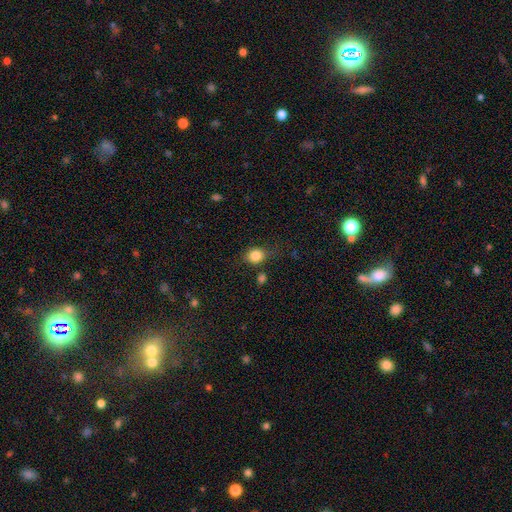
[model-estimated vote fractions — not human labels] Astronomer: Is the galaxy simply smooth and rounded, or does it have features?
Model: smooth — 83%.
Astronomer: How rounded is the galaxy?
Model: round — 70%.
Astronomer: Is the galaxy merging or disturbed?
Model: none — 70%.